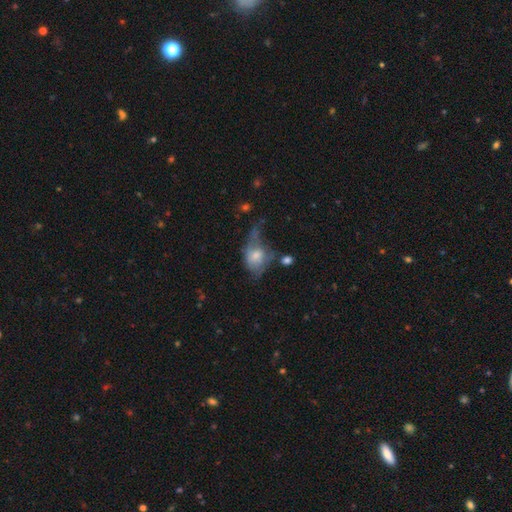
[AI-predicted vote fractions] This appears to be a smooth galaxy with no disk features (53%) that is in between round and cigar-shaped (74%). Merging: major disturbance (48%).